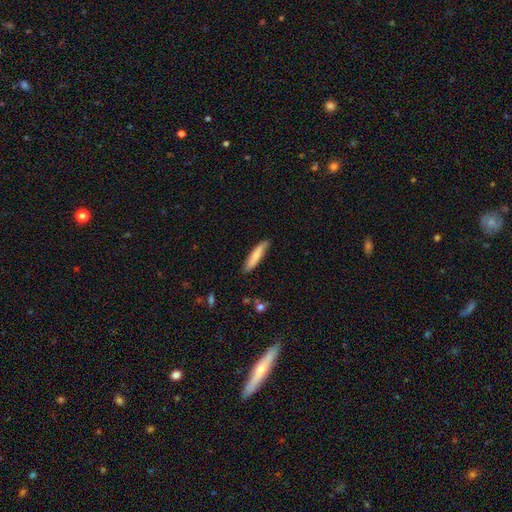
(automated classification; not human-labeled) This is likely a smooth galaxy (72%). How rounded: clearly cigar-shaped (85%). Merging: clearly none (83%).